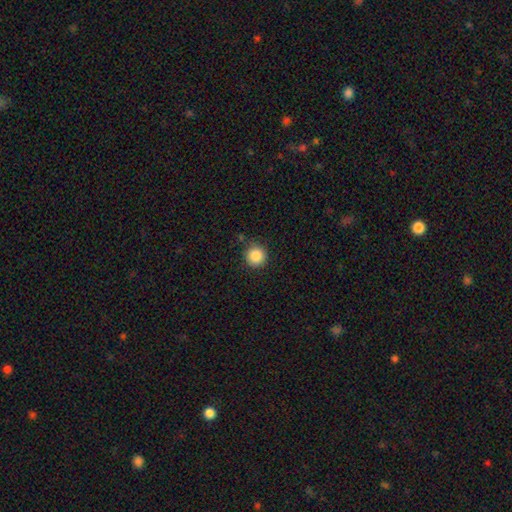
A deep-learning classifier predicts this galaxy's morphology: Smooth or featured: smooth — 87% (star or artifact — 10%)
How rounded: round — 95% (in between — 4%)
Merging: none — 88% (minor disturbance — 8%)